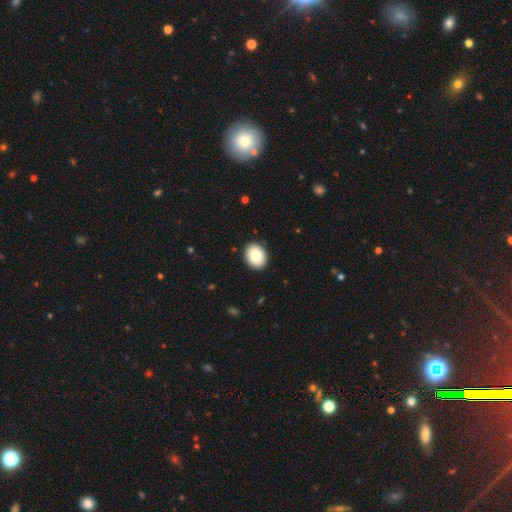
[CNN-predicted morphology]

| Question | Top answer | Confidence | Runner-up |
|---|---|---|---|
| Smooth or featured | smooth | 84% | featured or disk (9%) |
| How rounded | in between | 58% | round (41%) |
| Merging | none | 90% | minor disturbance (7%) |